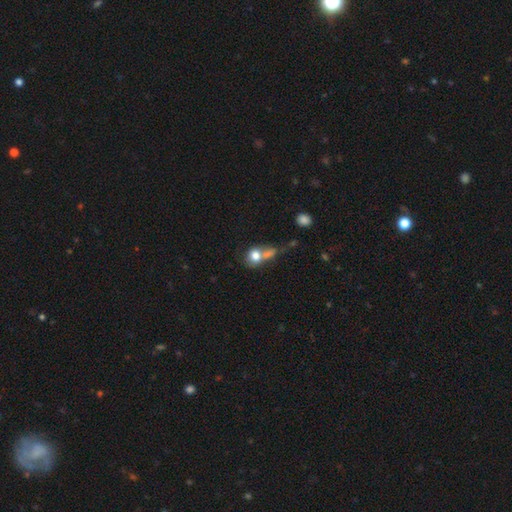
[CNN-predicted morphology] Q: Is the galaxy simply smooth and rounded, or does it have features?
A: smooth — 73%.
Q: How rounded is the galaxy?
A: round — 61%.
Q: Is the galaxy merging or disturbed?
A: merger — 54%.